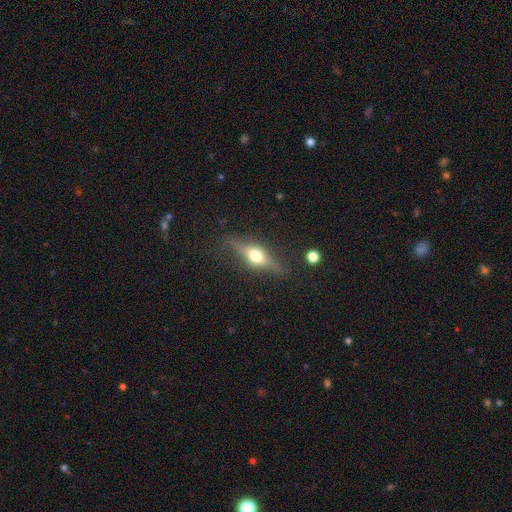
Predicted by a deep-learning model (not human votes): featured or disk 65%, smooth 27%, star or artifact 8%. Down the decision tree: edge-on disk — yes (91%); edge-on bulge — rounded (94%); merging — none (78%).